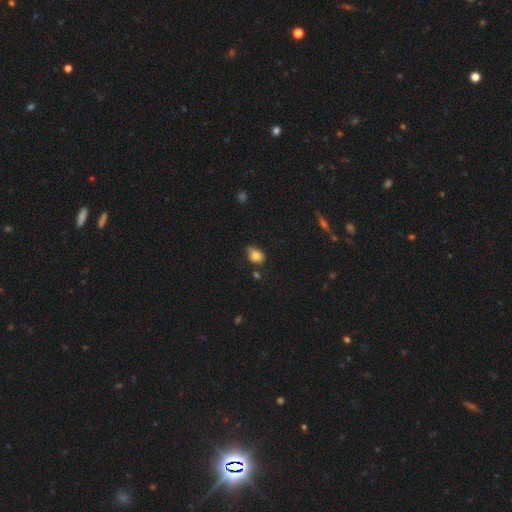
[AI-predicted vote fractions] A smooth galaxy with no disk features (82%) that is in between round and cigar-shaped (67%). Merging: none (55%).